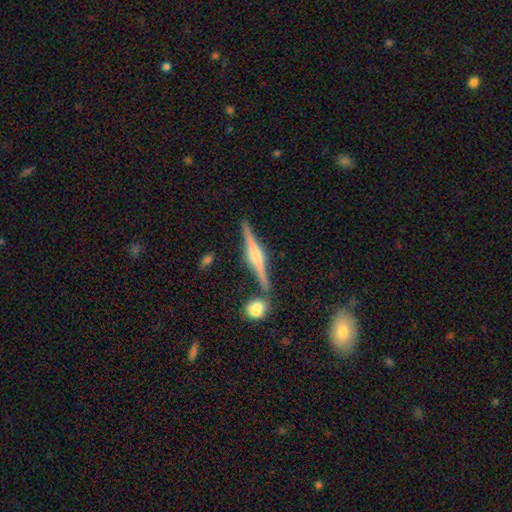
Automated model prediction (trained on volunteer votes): smooth-or-featured: featured or disk: 83% | smooth: 11% | star or artifact: 7%
  disk-edge-on: yes: 98% | no: 2%
    edge-on-bulge: rounded: 79% | boxy: 16% | none: 5%
  merging: none: 84% | minor disturbance: 8% | merger: 6% | major disturbance: 2%